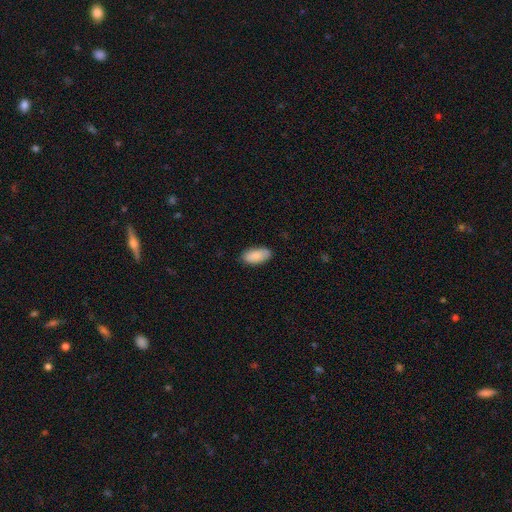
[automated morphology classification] A smooth galaxy with no disk features (87%) that is in between round and cigar-shaped (93%). Merging: none (85%).